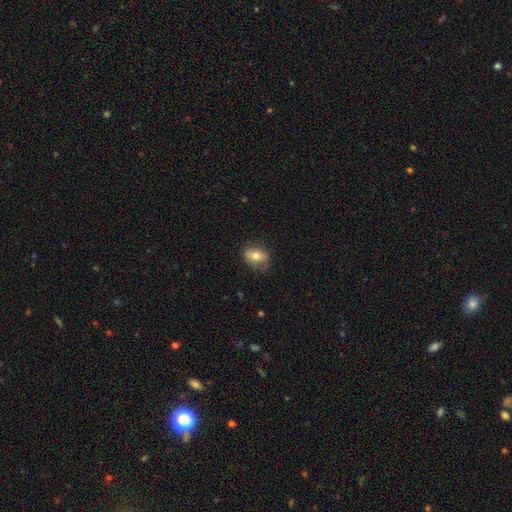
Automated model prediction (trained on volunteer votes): This appears to be a smooth galaxy with no disk features (67%) that is in between round and cigar-shaped (67%). Merging: none (70%).